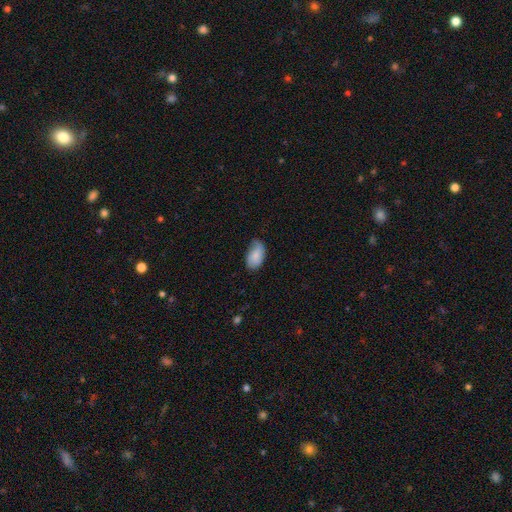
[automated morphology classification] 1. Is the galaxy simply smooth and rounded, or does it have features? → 81% smooth, 13% featured or disk, 6% star or artifact.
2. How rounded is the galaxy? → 94% in between, 5% round, 2% cigar-shaped.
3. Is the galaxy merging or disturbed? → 57% none, 35% minor disturbance, 7% major disturbance, 1% merger.